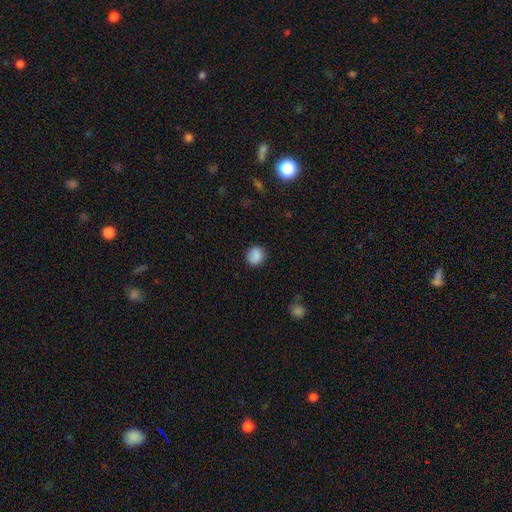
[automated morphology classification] A smooth galaxy with no disk features (87%) that is round (78%). Merging: none (86%).